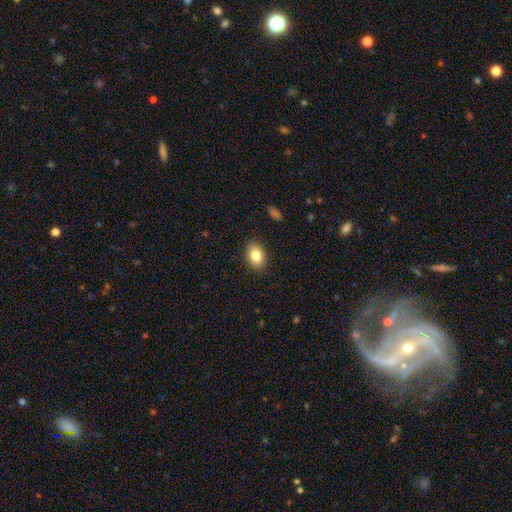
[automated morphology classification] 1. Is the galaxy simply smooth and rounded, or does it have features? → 82% smooth, 9% featured or disk, 8% star or artifact.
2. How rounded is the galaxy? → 76% in between, 23% round, 1% cigar-shaped.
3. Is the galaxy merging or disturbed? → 88% none, 9% minor disturbance, 2% major disturbance, 1% merger.